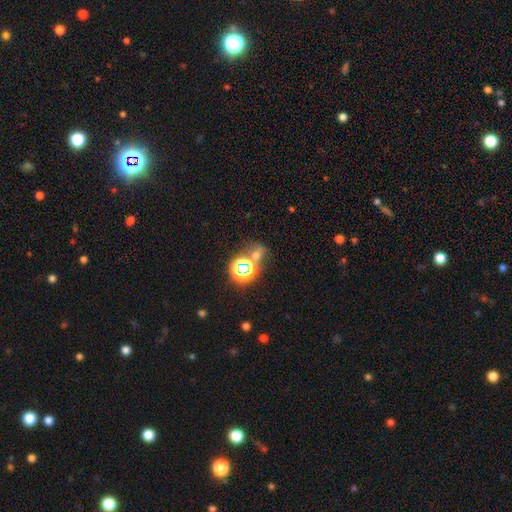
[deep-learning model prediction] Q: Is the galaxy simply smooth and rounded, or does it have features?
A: star or artifact — 51%.